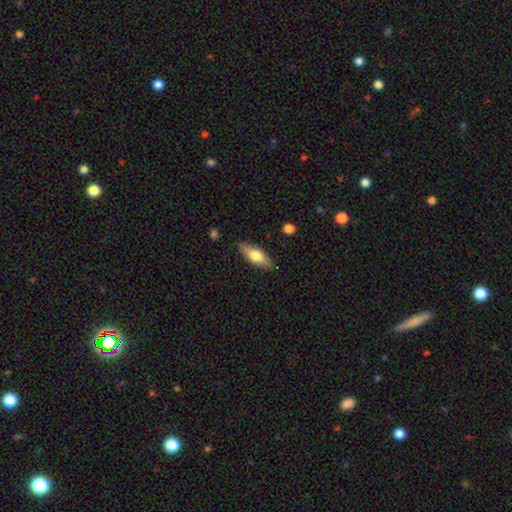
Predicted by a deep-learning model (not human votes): This is likely a smooth galaxy (60%). How rounded: likely in between (65%). Merging: clearly none (84%).